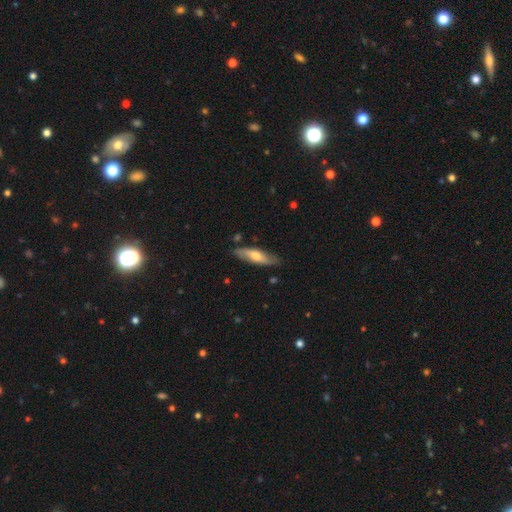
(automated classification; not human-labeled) This appears to be a smooth galaxy with no disk features (50%) that is cigar-shaped (58%). Merging: none (82%).